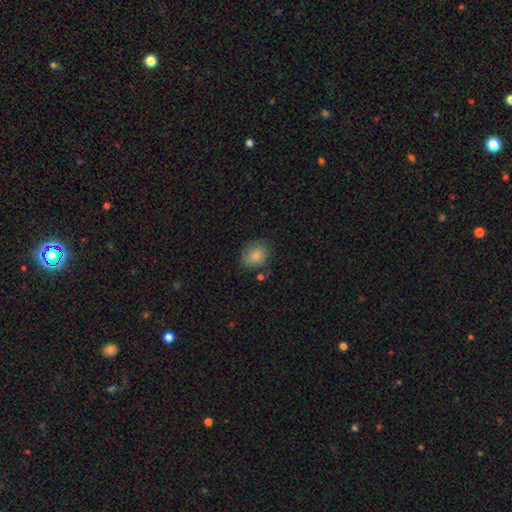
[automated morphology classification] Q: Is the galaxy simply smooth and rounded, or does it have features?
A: smooth — 83%.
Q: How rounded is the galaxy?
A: round — 53%.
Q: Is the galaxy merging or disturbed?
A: none — 74%.